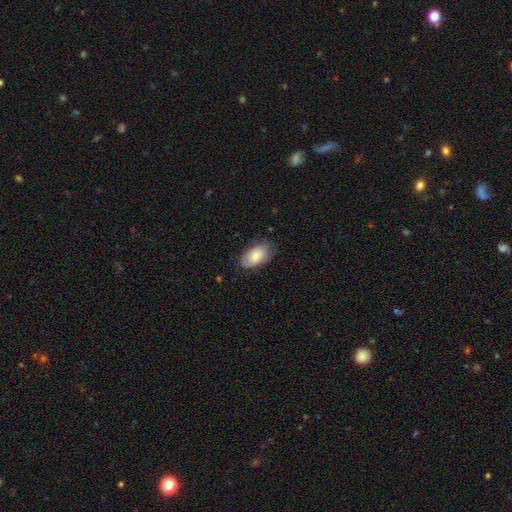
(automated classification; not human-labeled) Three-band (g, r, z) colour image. It shows a smooth galaxy with no disk features (77%) that is in between round and cigar-shaped (94%). Merging: none (75%).